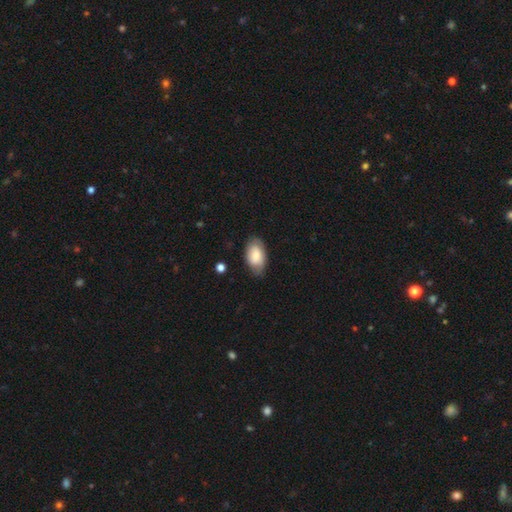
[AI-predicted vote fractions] The model was most divided on "merging": none: 74%, minor disturbance: 21%, major disturbance: 4%, merger: 1%. More confident: how rounded — in between (94%); smooth or featured — smooth (77%).